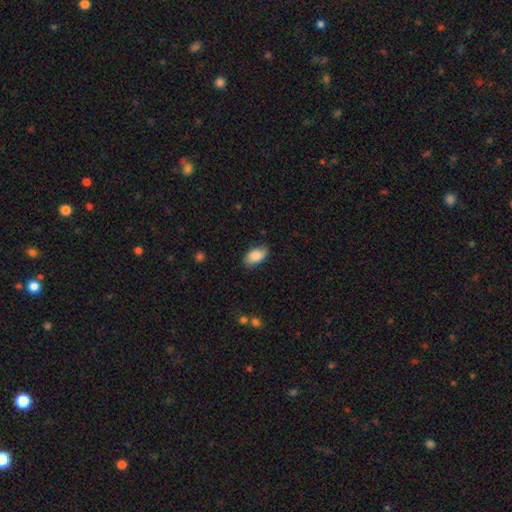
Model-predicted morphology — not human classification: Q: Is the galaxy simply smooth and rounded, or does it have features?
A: smooth — 87%.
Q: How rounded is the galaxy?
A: in between — 94%.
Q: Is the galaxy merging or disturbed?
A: none — 83%.